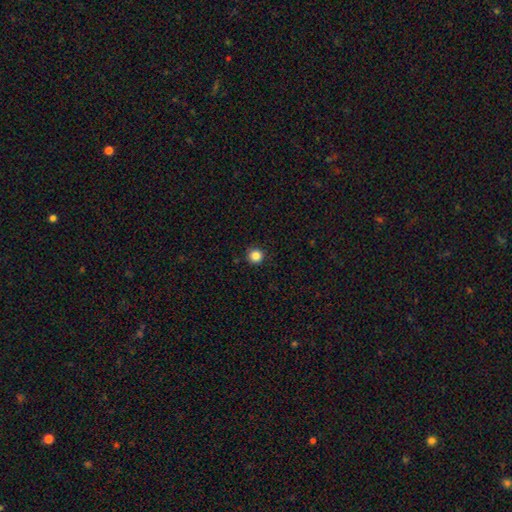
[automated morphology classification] Smooth or featured? smooth (86%)
How rounded? round (96%)
Merging? none (92%)